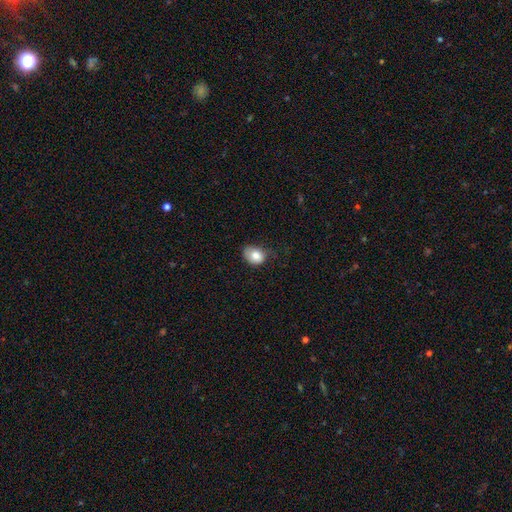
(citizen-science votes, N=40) Overall: smooth (88%). How rounded: in between (66%; round 34%). Merging: none (49%; minor disturbance 46%).